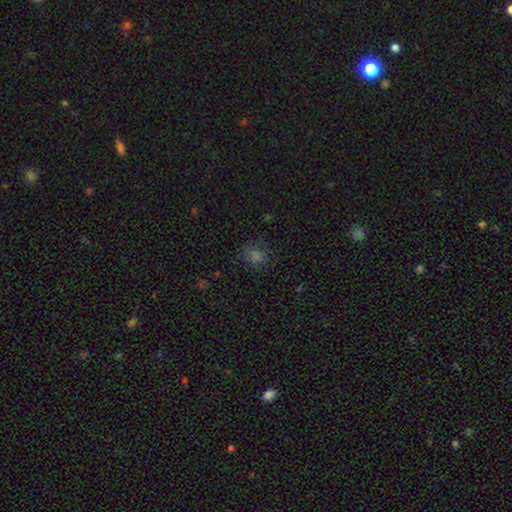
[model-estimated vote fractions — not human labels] The model was most divided on "smooth or featured": smooth: 70%, star or artifact: 23%, featured or disk: 7%. More confident: how rounded — round (80%); merging — none (80%).